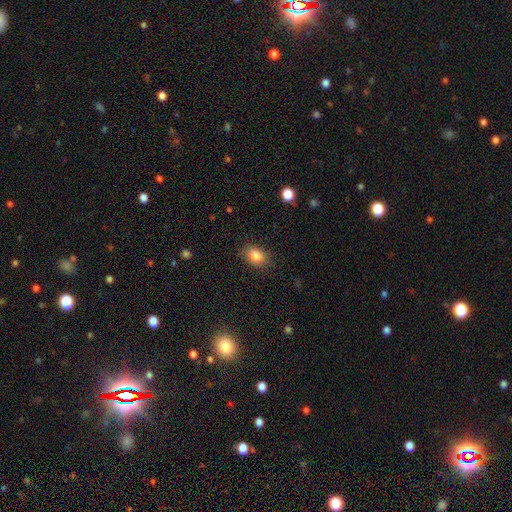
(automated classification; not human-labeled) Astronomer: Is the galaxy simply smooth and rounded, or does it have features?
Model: smooth — 85%.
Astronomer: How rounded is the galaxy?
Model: in between — 76%.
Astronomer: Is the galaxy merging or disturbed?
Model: none — 85%.